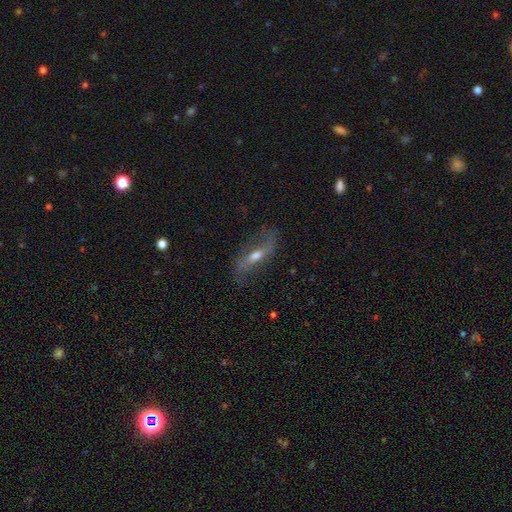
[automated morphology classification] Q: Smooth or featured?
A: featured or disk (70%); runner-up: smooth (22%)
Q: Edge-on disk?
A: no (69%); runner-up: yes (31%)
Q: Merging?
A: none (69%); runner-up: minor disturbance (19%)